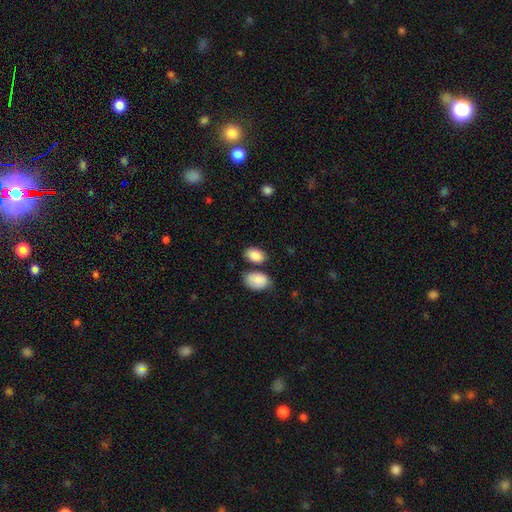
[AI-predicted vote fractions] A smooth galaxy with no disk features (87%) that is in between round and cigar-shaped (89%). Merging: none (64%).